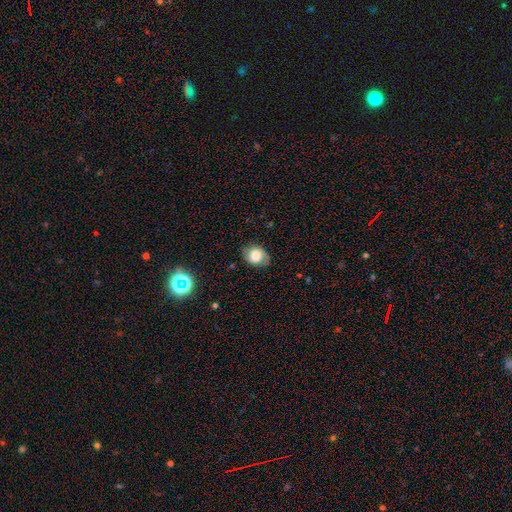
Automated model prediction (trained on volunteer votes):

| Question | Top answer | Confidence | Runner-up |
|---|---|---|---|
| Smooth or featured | smooth | 57% | featured or disk (33%) |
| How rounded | in between | 57% | round (42%) |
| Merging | none | 76% | minor disturbance (18%) |